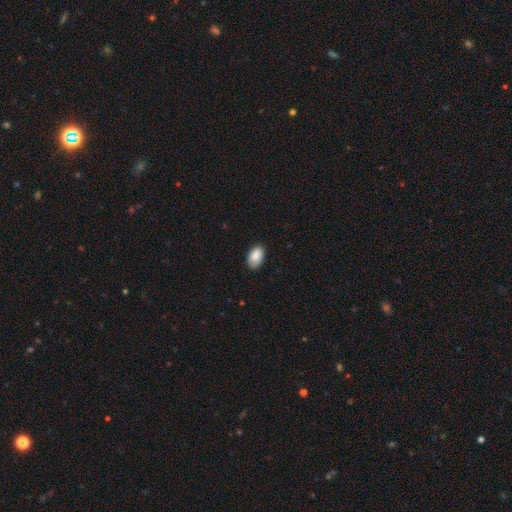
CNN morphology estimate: A smooth galaxy with no disk features (87%) that is in between round and cigar-shaped (93%).

Vote fractions:
- Smooth or featured? smooth: 87% / star or artifact: 7% / featured or disk: 6%
- How rounded? in between: 93% / round: 6% / cigar-shaped: 1%
- Merging? none: 83% / minor disturbance: 14% / major disturbance: 2% / merger: 1%